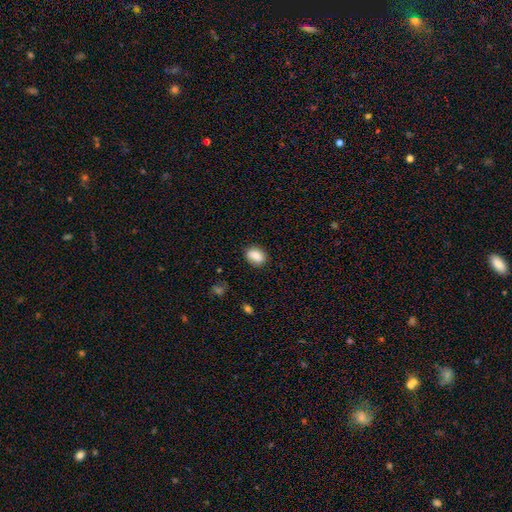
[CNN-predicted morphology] type=smooth (83%); roundness=in between (73%); merging=none (85%).